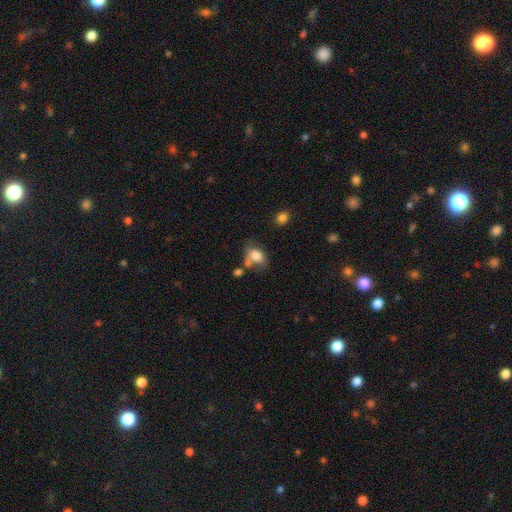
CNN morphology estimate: A smooth galaxy with no disk features (78%) that is in between round and cigar-shaped (76%). Merging: none (44%).